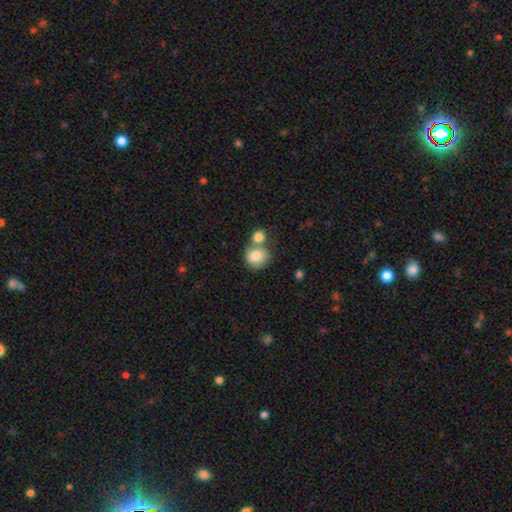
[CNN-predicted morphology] smooth-or-featured: smooth: 82% | featured or disk: 10% | star or artifact: 8%
  how-rounded: round: 81% | in between: 18% | cigar-shaped: 1%
  merging: merger: 46% | none: 41% | minor disturbance: 10% | major disturbance: 4%